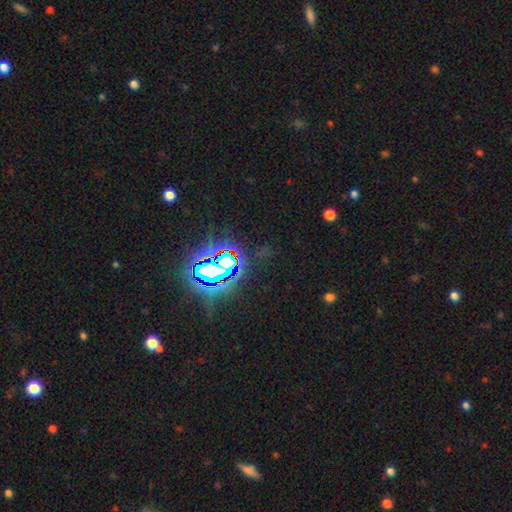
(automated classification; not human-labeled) A star or artifact, not a galaxy (82%).

Vote fractions:
- Smooth or featured? star or artifact: 82% / smooth: 10% / featured or disk: 8%